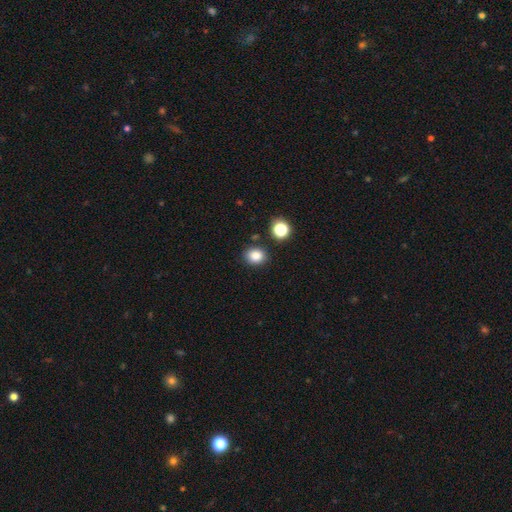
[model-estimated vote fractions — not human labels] This appears to be a smooth galaxy with no disk features (84%) that is round (63%). Merging: none (83%).